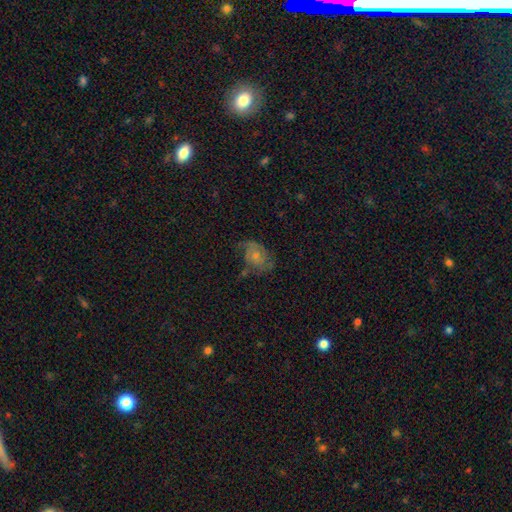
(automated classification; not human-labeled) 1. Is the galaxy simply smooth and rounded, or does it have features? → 52% featured or disk, 39% smooth, 10% star or artifact.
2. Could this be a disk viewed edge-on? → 97% no, 3% yes.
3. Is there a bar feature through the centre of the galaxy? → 78% no, 19% weak, 3% strong.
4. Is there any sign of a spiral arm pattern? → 75% yes, 25% no.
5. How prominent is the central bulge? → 55% small, 35% moderate, 6% none, 3% large, 1% dominant.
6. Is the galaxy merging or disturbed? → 46% none, 29% minor disturbance, 21% major disturbance, 4% merger.